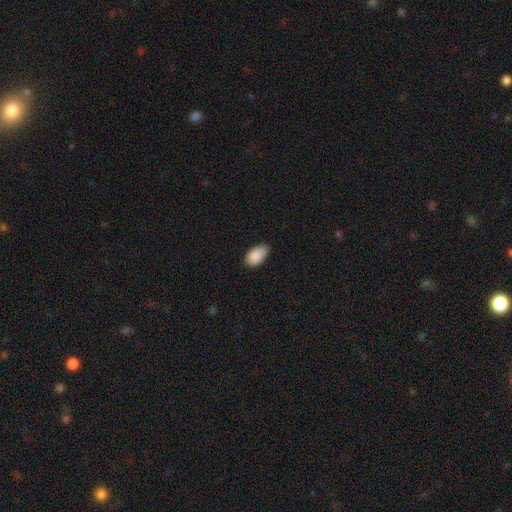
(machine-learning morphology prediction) A smooth galaxy with no disk features (90%) that is in between round and cigar-shaped (94%). Merging: none (72%).